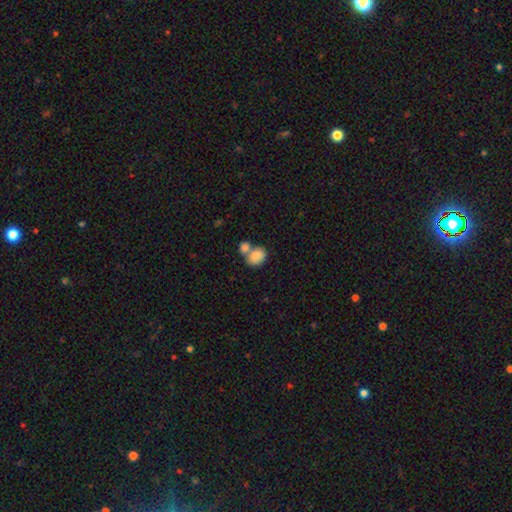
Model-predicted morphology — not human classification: type=smooth (83%); roundness=in between (61%); merging=merger (54%).